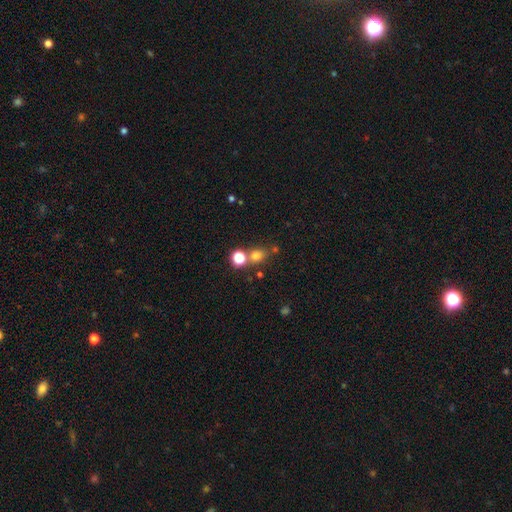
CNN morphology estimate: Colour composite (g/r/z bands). It shows a smooth galaxy with no disk features (71%) that is round (67%). Merging: none (64%).